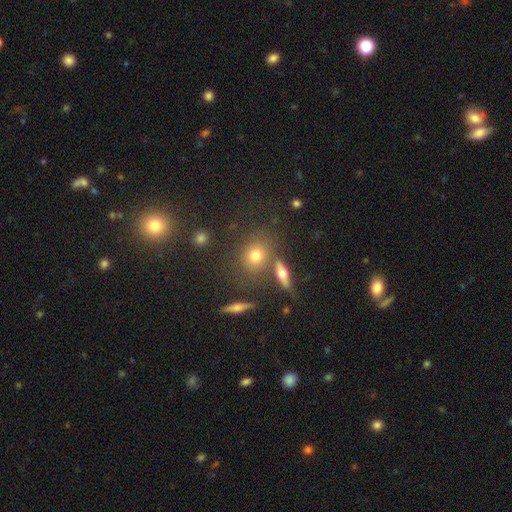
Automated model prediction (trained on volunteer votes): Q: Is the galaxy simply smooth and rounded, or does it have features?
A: smooth — 68%.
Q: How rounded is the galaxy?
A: round — 59%.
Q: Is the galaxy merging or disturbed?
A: none — 70%.